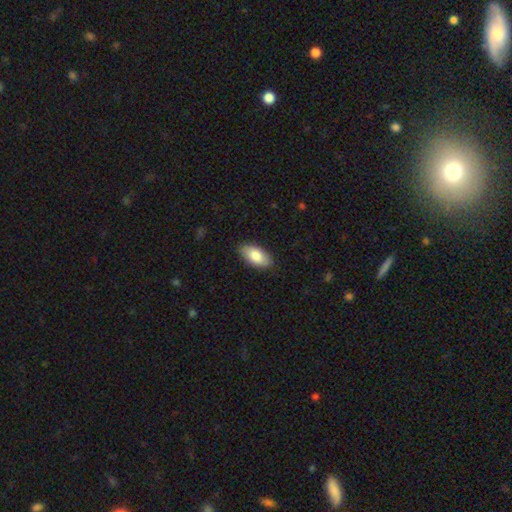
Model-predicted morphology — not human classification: This appears to be a smooth galaxy with no disk features (85%) that is in between round and cigar-shaped (92%). Merging: none (87%).